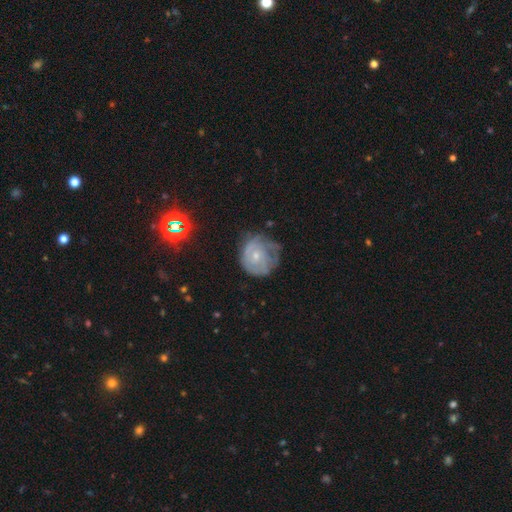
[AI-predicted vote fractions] Smooth or featured? Predicted: featured or disk (p=0.64). Edge-on disk? Predicted: no (p=0.97). Bar? Predicted: no (p=0.76). Spiral arms? Predicted: yes (p=0.77). Bulge size? Predicted: small (p=0.66). Merging? Predicted: none (p=0.51).